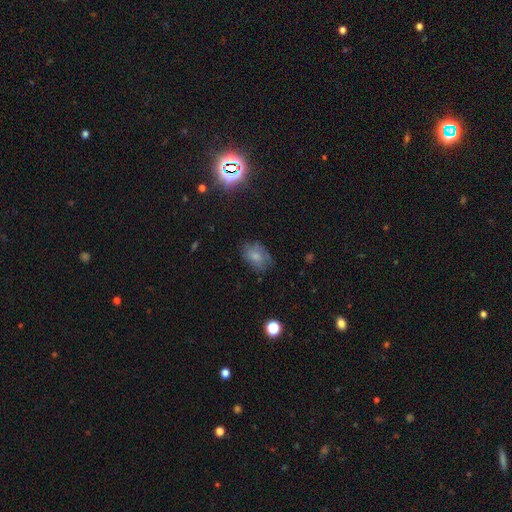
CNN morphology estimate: smooth 69%, featured or disk 20%, star or artifact 11%. Down the decision tree: how rounded — in between (80%); merging — none (64%).